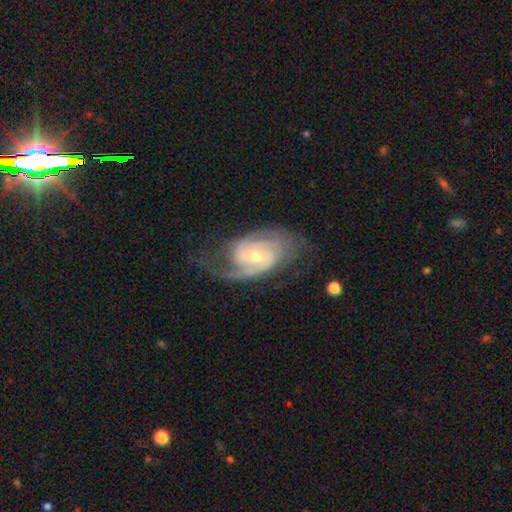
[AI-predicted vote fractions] A featured or disk galaxy (89%) with no bar (54%), 2 (58%) tight (47%) spiral arms (97%) and a small central bulge (51%). Merging: none (64%).